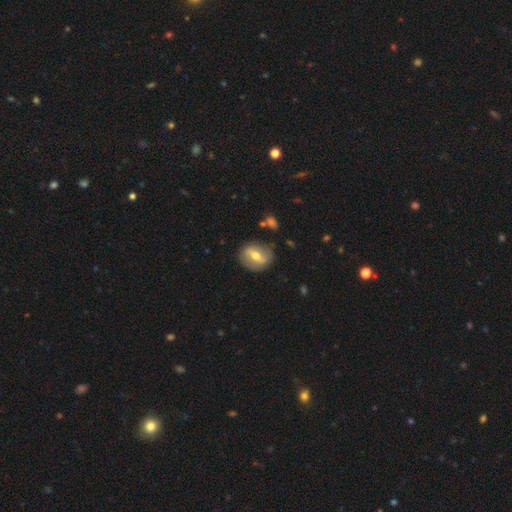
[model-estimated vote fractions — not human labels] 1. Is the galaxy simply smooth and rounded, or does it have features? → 58% featured or disk, 36% smooth, 7% star or artifact.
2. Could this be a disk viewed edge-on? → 88% no, 12% yes.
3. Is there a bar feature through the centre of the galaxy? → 51% strong, 34% weak, 15% no.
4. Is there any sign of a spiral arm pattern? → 55% no, 45% yes.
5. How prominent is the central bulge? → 70% moderate, 21% small, 7% large, 1% none, 1% dominant.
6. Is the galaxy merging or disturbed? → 80% none, 13% minor disturbance, 4% major disturbance, 2% merger.